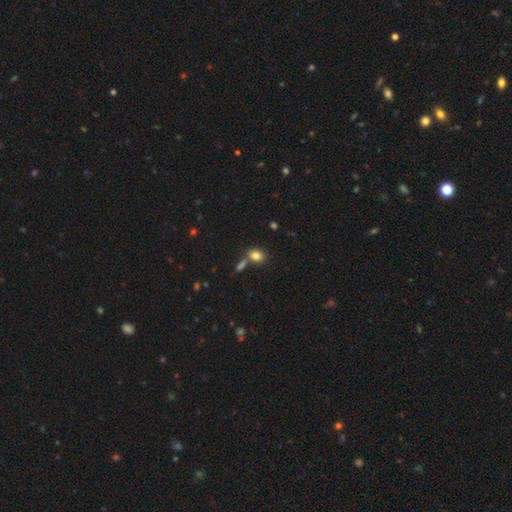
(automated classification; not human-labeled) Q: Smooth or featured?
A: smooth (82%); runner-up: star or artifact (11%)
Q: How rounded?
A: in between (52%); runner-up: round (46%)
Q: Merging?
A: none (58%); runner-up: merger (26%)